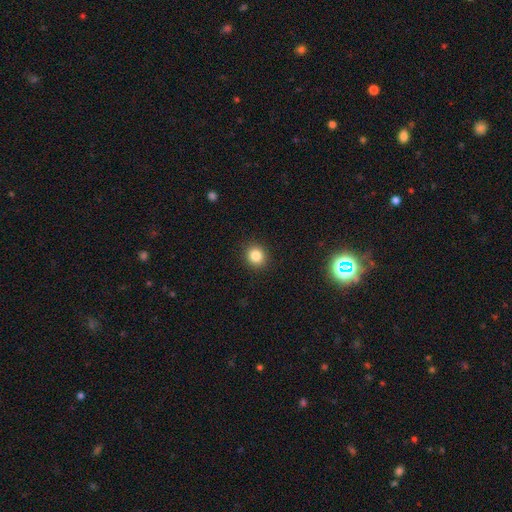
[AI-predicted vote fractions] Smooth or featured? Predicted: smooth (p=0.84). How rounded? Predicted: round (p=0.85). Merging? Predicted: none (p=0.91).